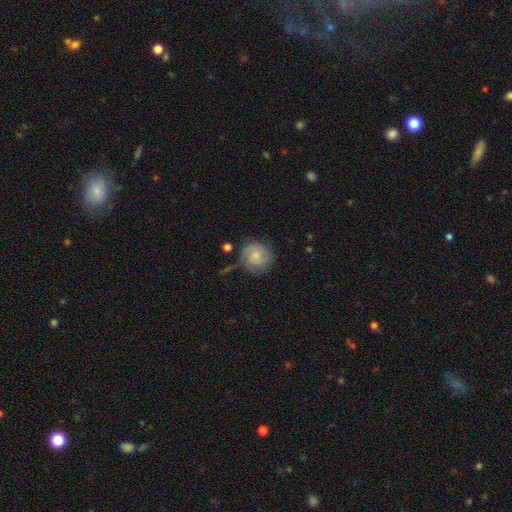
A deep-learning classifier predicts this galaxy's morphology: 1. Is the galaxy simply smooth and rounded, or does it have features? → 49% smooth, 44% featured or disk, 8% star or artifact.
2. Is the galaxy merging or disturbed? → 64% none, 21% minor disturbance, 10% major disturbance, 5% merger.